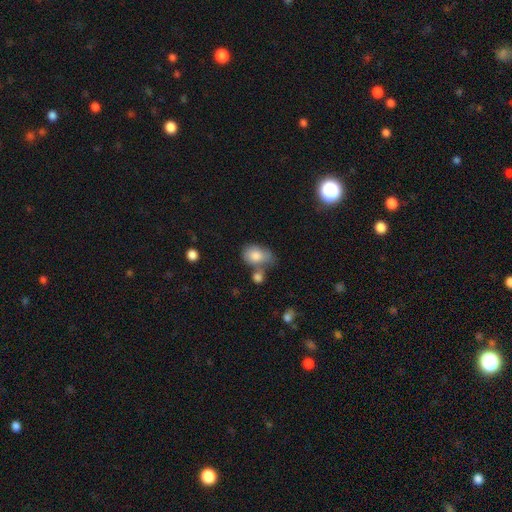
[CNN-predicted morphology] Smooth or featured: smooth — 80% (featured or disk — 12%)
How rounded: in between — 74% (round — 24%)
Merging: none — 36% (merger — 27%)